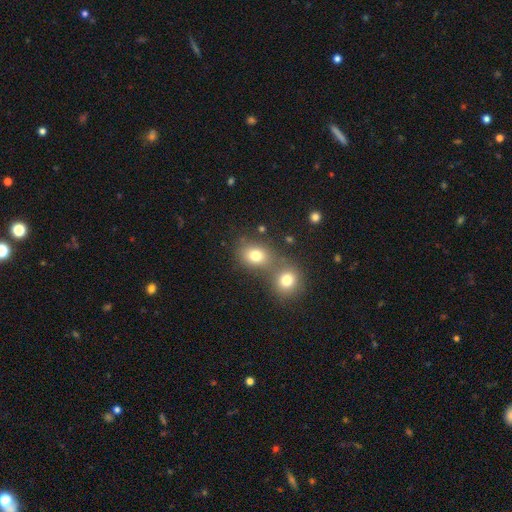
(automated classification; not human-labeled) Smooth or featured?
  - smooth: 78% *
  - star or artifact: 13%
  - featured or disk: 9%
How rounded?
  - round: 59% *
  - in between: 39%
  - cigar-shaped: 1%
Merging?
  - merger: 45% *
  - none: 43%
  - minor disturbance: 9%
  - major disturbance: 4%